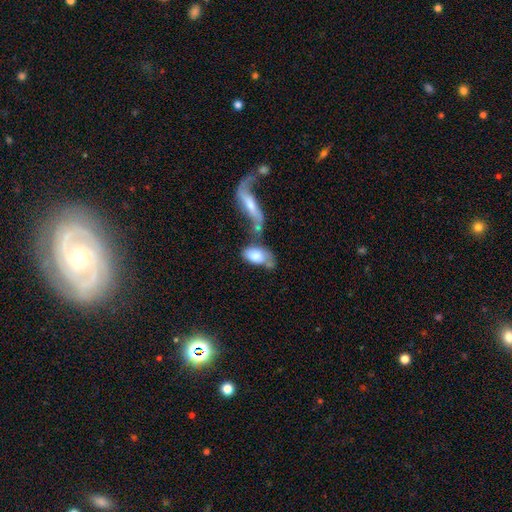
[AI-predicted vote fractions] Smooth or featured: smooth — 74% (featured or disk — 20%)
How rounded: in between — 91% (cigar-shaped — 5%)
Merging: merger — 47% (none — 22%)